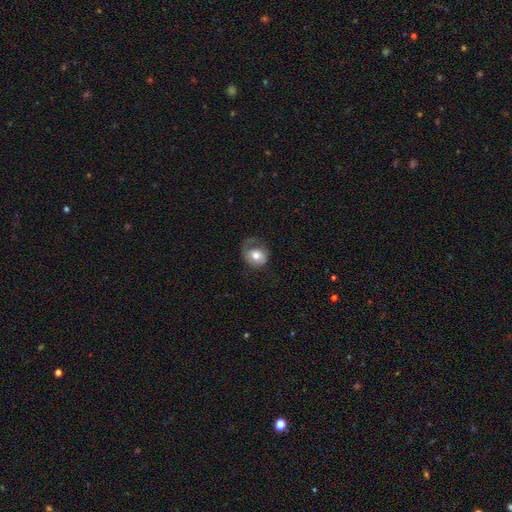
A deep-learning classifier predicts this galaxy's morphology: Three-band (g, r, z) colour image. It shows a smooth galaxy with no disk features (65%) that is round (66%). Merging: none (38%).